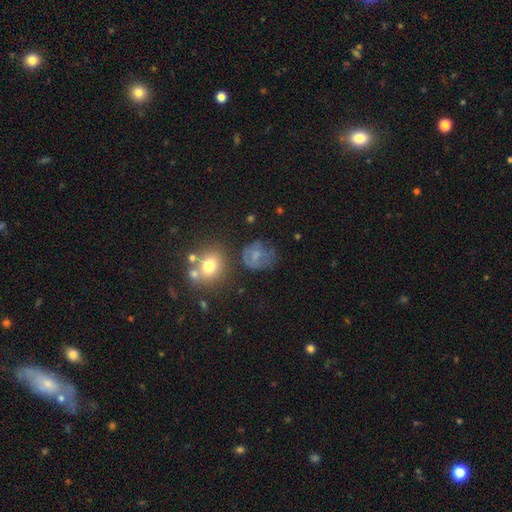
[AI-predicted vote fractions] A smooth galaxy with no disk features (56%) that is round (68%).

Vote fractions:
- Smooth or featured? smooth: 56% / featured or disk: 30% / star or artifact: 14%
- How rounded? round: 68% / in between: 31% / cigar-shaped: 1%
- Merging? none: 46% / minor disturbance: 26% / major disturbance: 22% / merger: 6%